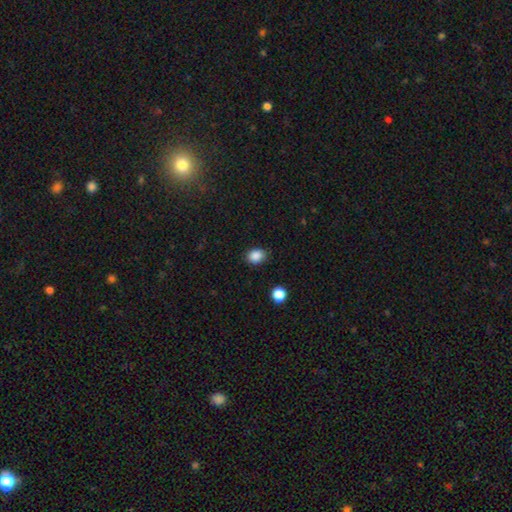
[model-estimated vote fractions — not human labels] A smooth galaxy with no disk features (87%) that is in between round and cigar-shaped (54%). Merging: none (85%).